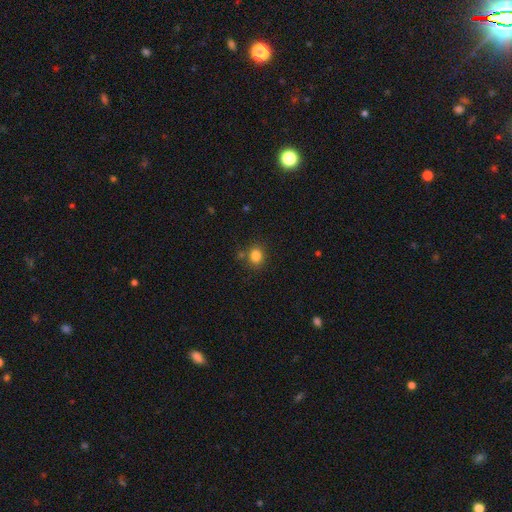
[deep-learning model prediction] Smooth or featured? smooth (83%)
How rounded? round (72%)
Merging? none (78%)